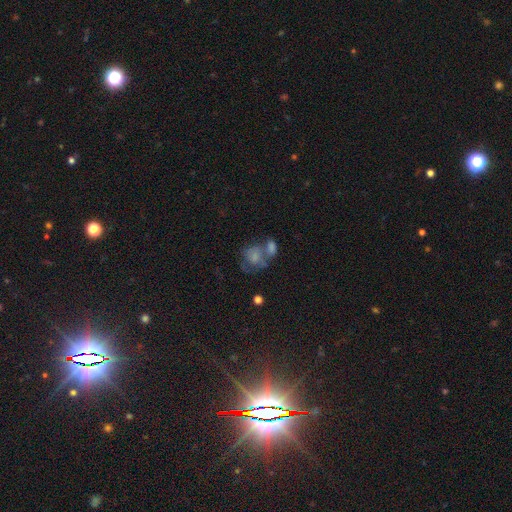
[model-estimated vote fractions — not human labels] Overall: smooth (58%; featured or disk 30%). How rounded: round (54%; in between 45%). Merging: merger (46%; none 25%).